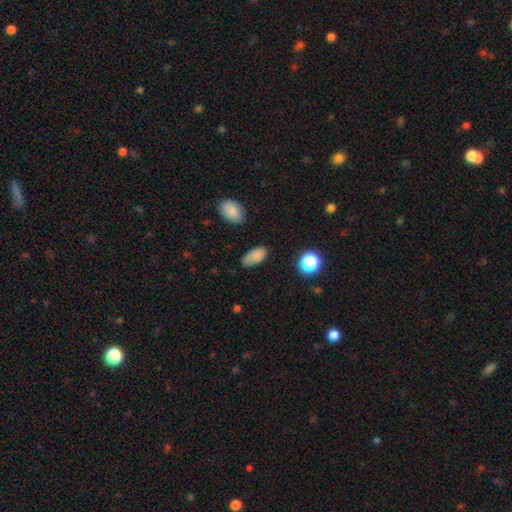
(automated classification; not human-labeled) Smooth or featured? Predicted: smooth (p=0.84). How rounded? Predicted: in between (p=0.93). Merging? Predicted: none (p=0.77).